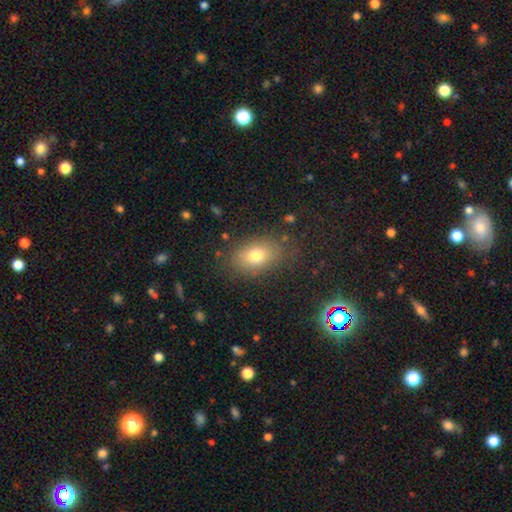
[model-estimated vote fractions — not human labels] Smooth or featured: smooth — 75% (featured or disk — 13%)
How rounded: in between — 81% (round — 17%)
Merging: none — 79% (minor disturbance — 14%)